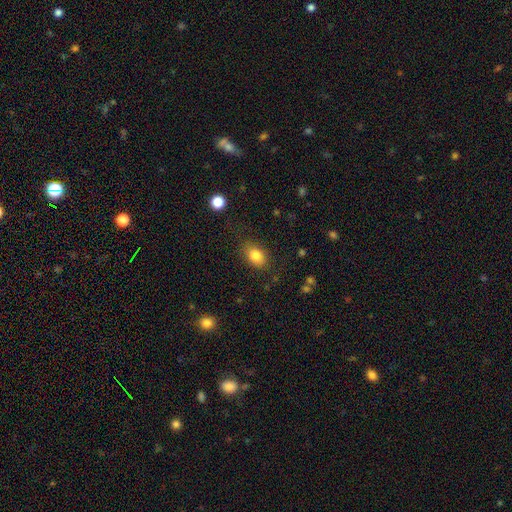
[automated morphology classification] This is clearly a smooth galaxy (83%). How rounded: likely in between (77%). Merging: clearly none (81%).